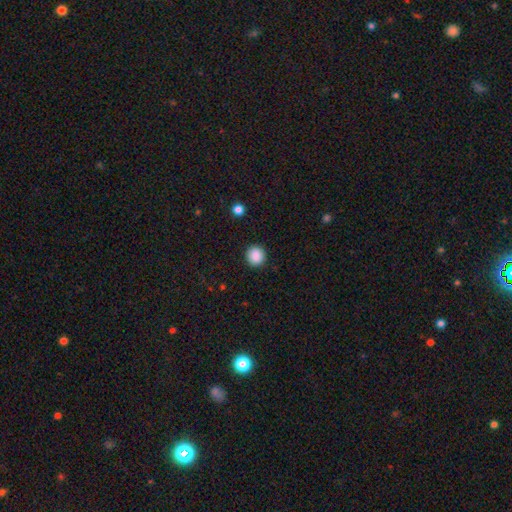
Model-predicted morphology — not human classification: A smooth galaxy with no disk features (88%) that is round (92%).

Vote fractions:
- Smooth or featured? smooth: 88% / star or artifact: 9% / featured or disk: 3%
- How rounded? round: 92% / in between: 7% / cigar-shaped: 1%
- Merging? none: 91% / minor disturbance: 6% / major disturbance: 2% / merger: 1%